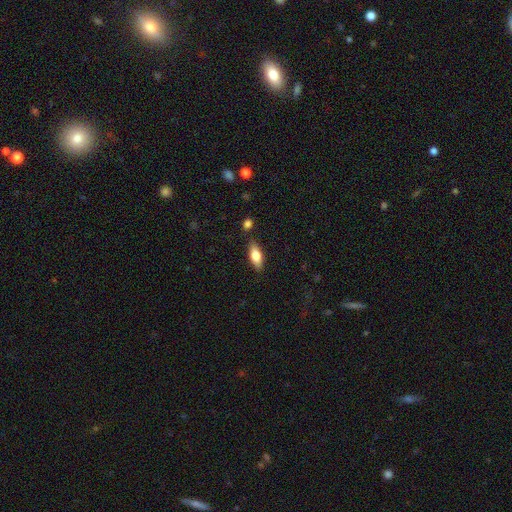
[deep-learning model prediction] A smooth galaxy with no disk features (69%) that is in between round and cigar-shaped (73%).

Vote fractions:
- Smooth or featured? smooth: 69% / featured or disk: 25% / star or artifact: 7%
- How rounded? in between: 73% / cigar-shaped: 25% / round: 3%
- Merging? none: 82% / minor disturbance: 12% / merger: 4% / major disturbance: 3%